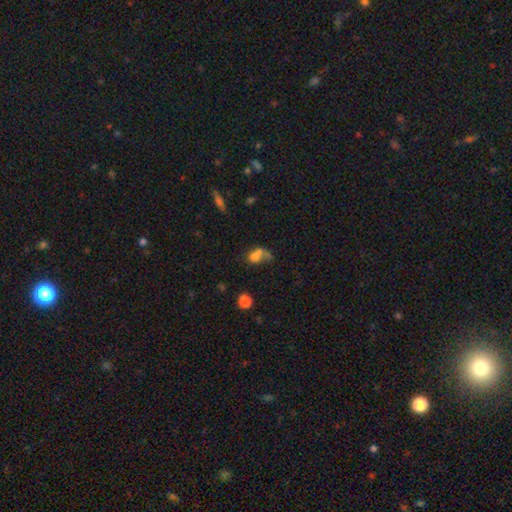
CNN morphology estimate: Overall: smooth (65%). How rounded: in between (54%; round 43%). Merging: merger (47%; none 23%).